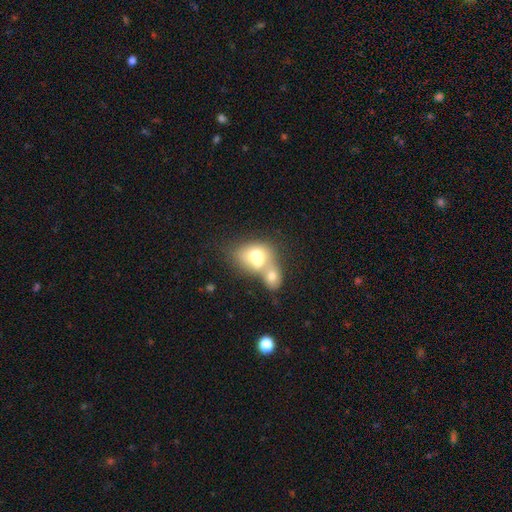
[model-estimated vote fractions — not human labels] Overall: smooth (67%). How rounded: in between (64%; round 34%). Merging: merger (76%).